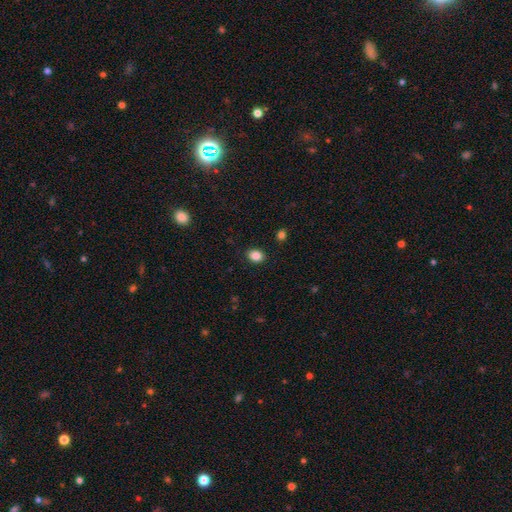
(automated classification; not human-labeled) Smooth or featured? Predicted: smooth (p=0.87). How rounded? Predicted: in between (p=0.58). Merging? Predicted: none (p=0.88).